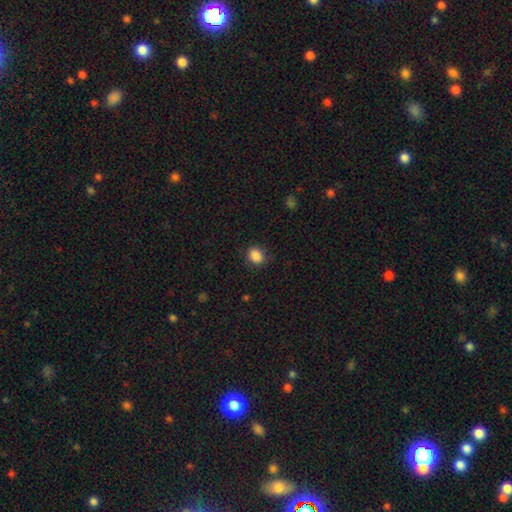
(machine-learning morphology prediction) The model was most divided on "how rounded": round: 56%, in between: 43%, cigar-shaped: 1%. More confident: smooth or featured — smooth (88%); merging — none (85%).